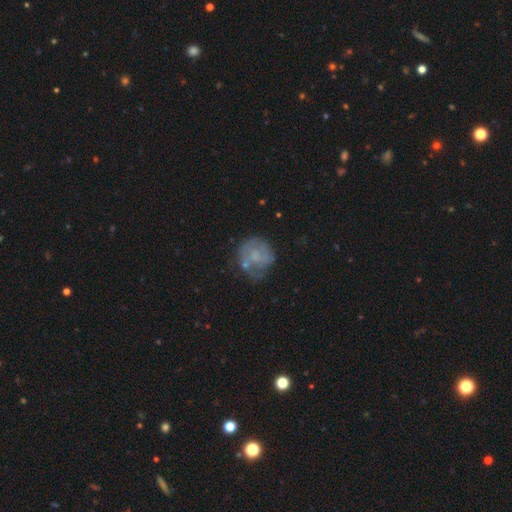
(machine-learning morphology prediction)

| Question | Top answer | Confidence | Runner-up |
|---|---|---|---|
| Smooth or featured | featured or disk | 49% | smooth (42%) |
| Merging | none | 52% | minor disturbance (25%) |